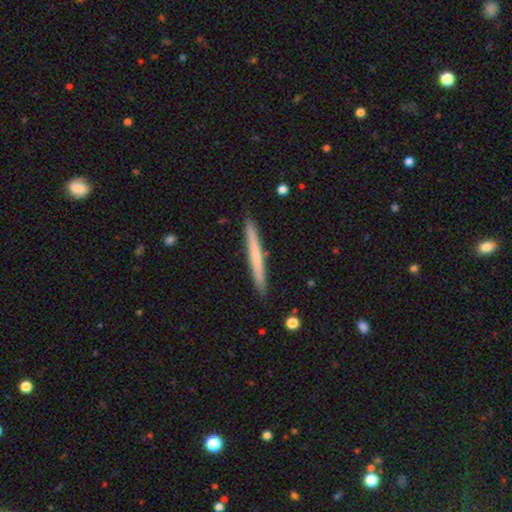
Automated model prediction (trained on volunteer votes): smooth_or_featured: smooth (p=0.56) [alt: featured or disk p=0.38]
how_rounded: cigar-shaped (p=0.97) [alt: in between p=0.02]
merging: none (p=0.91) [alt: minor disturbance p=0.06]